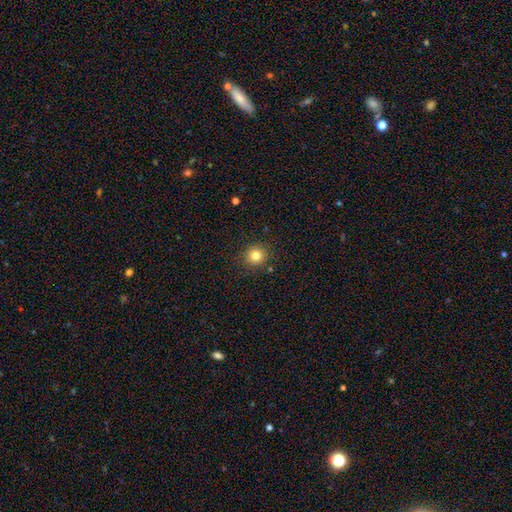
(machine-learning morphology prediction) smooth_or_featured: smooth (p=0.81) [alt: star or artifact p=0.13]
how_rounded: round (p=0.91) [alt: in between p=0.08]
merging: none (p=0.89) [alt: minor disturbance p=0.07]